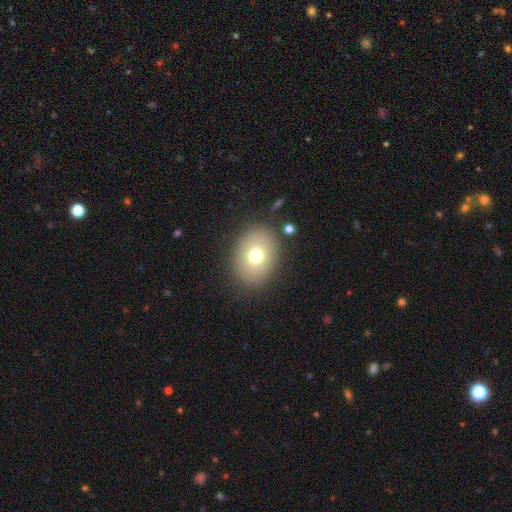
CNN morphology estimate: Smooth or featured? Predicted: smooth (p=0.71). How rounded? Predicted: in between (p=0.65). Merging? Predicted: none (p=0.87).